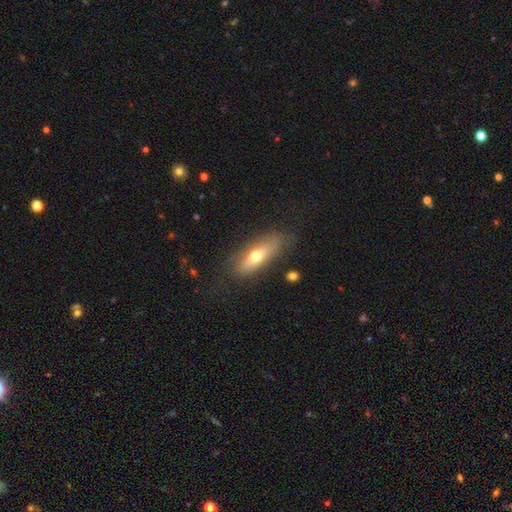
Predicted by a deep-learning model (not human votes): Smooth or featured?
  - smooth: 57% *
  - featured or disk: 36%
  - star or artifact: 7%
How rounded?
  - in between: 57% *
  - cigar-shaped: 40%
  - round: 4%
Merging?
  - none: 74% *
  - minor disturbance: 17%
  - major disturbance: 6%
  - merger: 2%